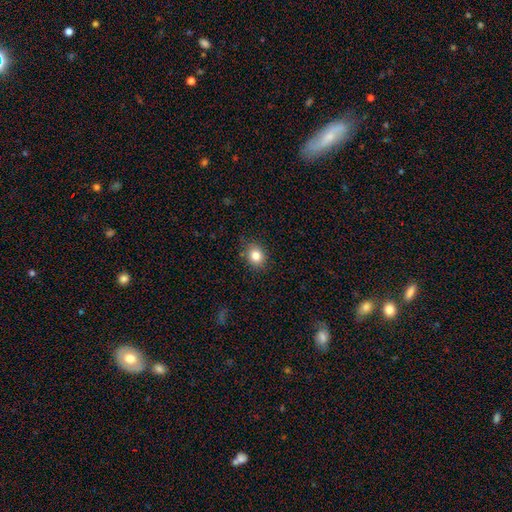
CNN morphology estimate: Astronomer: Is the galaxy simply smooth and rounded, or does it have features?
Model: smooth — 82%.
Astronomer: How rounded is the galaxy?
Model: round — 67%.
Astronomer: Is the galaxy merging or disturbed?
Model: none — 86%.